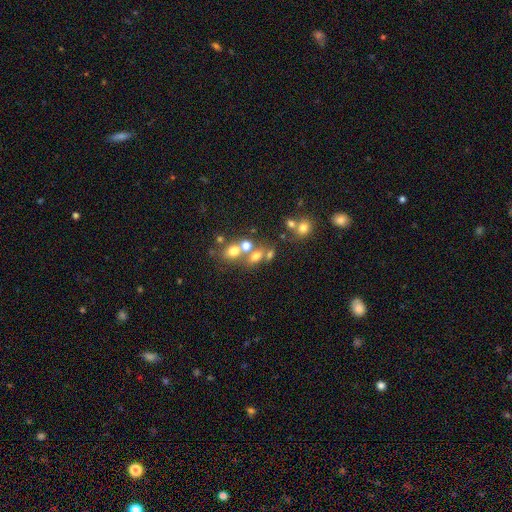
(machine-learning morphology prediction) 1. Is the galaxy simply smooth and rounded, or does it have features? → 60% smooth, 20% star or artifact, 20% featured or disk.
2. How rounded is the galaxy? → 55% in between, 42% round, 4% cigar-shaped.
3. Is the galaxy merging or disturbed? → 42% merger, 41% none, 11% minor disturbance, 7% major disturbance.